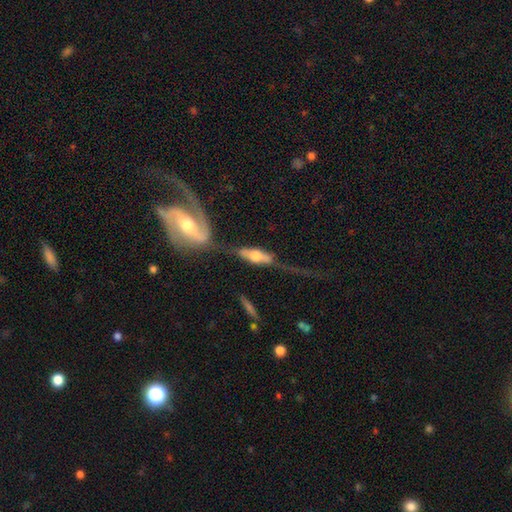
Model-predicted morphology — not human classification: This appears to be a featured or disk galaxy (64%) viewed edge-on (71%). Merging: merger (31%).